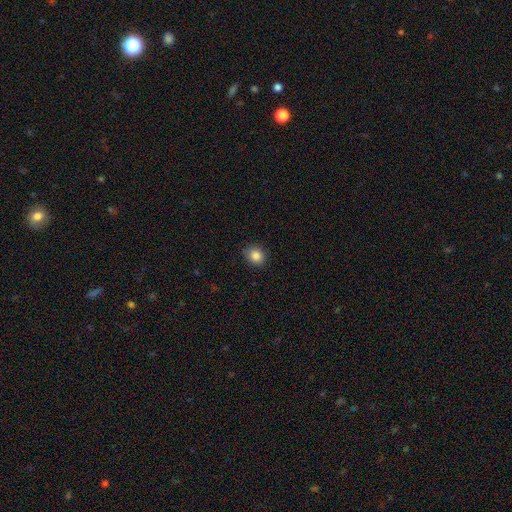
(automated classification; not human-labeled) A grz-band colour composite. It shows a smooth galaxy with no disk features (85%) that is round (73%). Merging: none (87%).